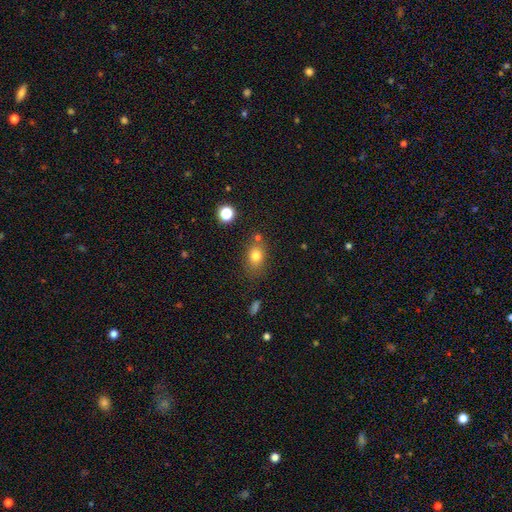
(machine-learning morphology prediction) type=smooth (78%); roundness=in between (64%); merging=none (70%).